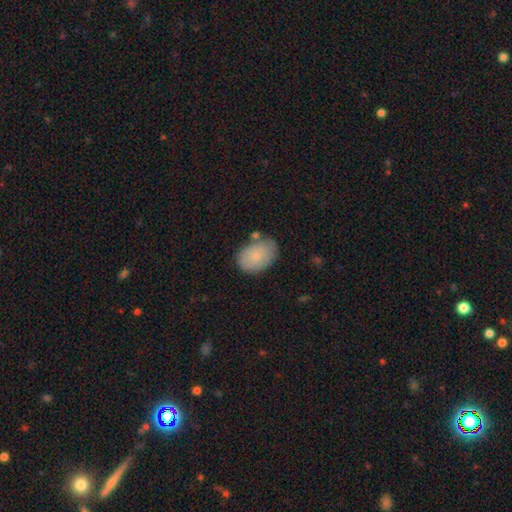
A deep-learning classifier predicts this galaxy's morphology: This is likely a smooth galaxy (79%). How rounded: clearly in between (85%). Merging: likely none (70%).